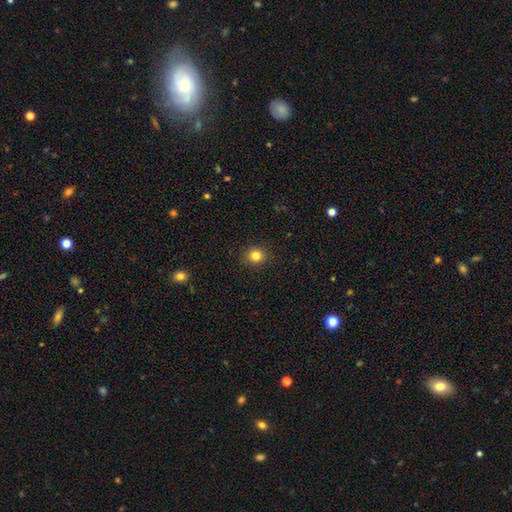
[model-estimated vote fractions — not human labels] A smooth galaxy with no disk features (83%) that is round (85%). Merging: none (91%).